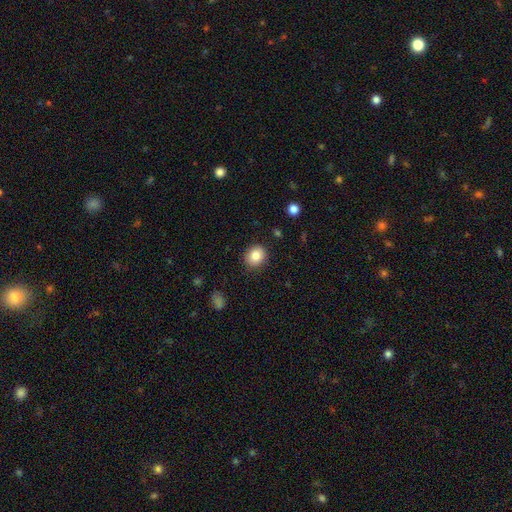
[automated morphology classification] Smooth or featured? Predicted: smooth (p=0.83). How rounded? Predicted: round (p=0.64). Merging? Predicted: none (p=0.88).